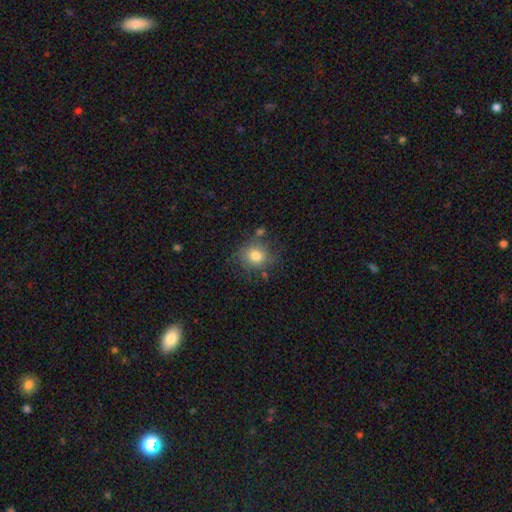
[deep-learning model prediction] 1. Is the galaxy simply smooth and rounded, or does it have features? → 76% smooth, 13% featured or disk, 11% star or artifact.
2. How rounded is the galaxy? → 76% round, 23% in between, 1% cigar-shaped.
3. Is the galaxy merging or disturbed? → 66% none, 20% minor disturbance, 8% major disturbance, 6% merger.